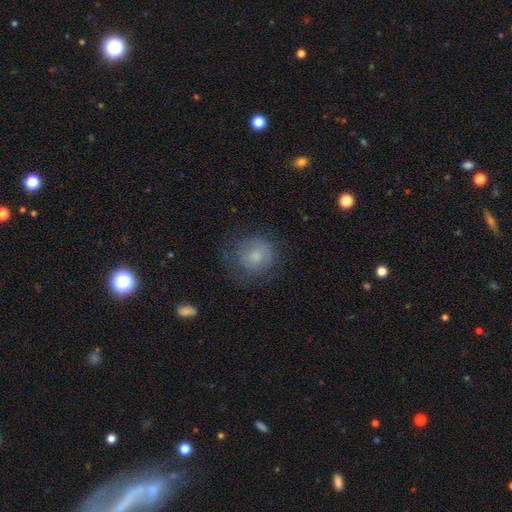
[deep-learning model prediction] This appears to be a smooth galaxy with no disk features (63%) that is round (83%). Merging: none (61%).